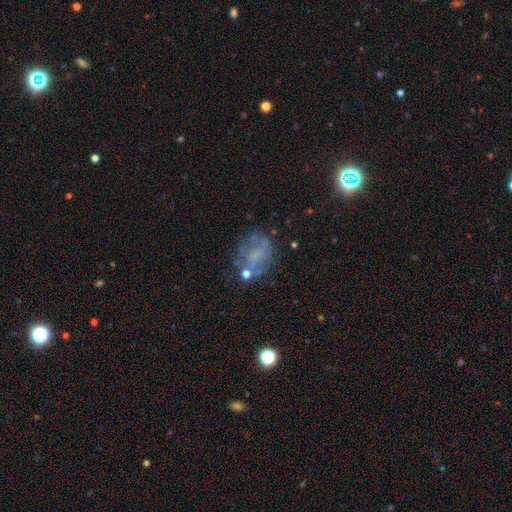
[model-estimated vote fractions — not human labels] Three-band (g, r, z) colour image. It shows a featured or disk galaxy (45%). Merging: none (51%).